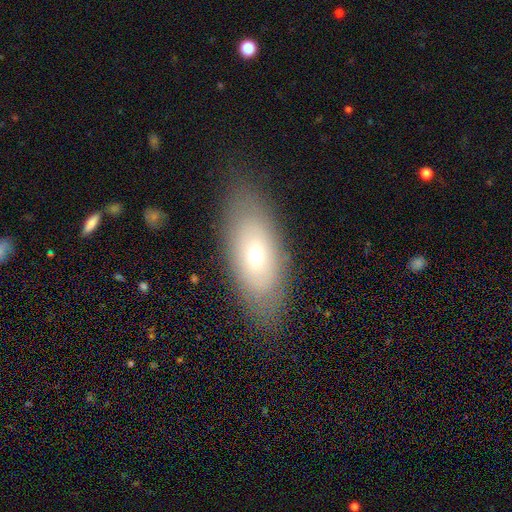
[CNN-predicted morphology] This is possibly a smooth galaxy (58%). How rounded: clearly in between (82%). Merging: clearly none (82%).